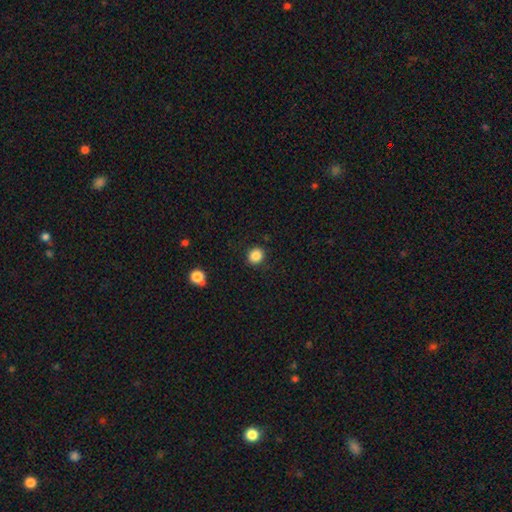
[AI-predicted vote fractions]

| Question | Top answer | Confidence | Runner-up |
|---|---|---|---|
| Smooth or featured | smooth | 86% | star or artifact (10%) |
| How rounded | round | 82% | in between (17%) |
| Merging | none | 90% | minor disturbance (7%) |